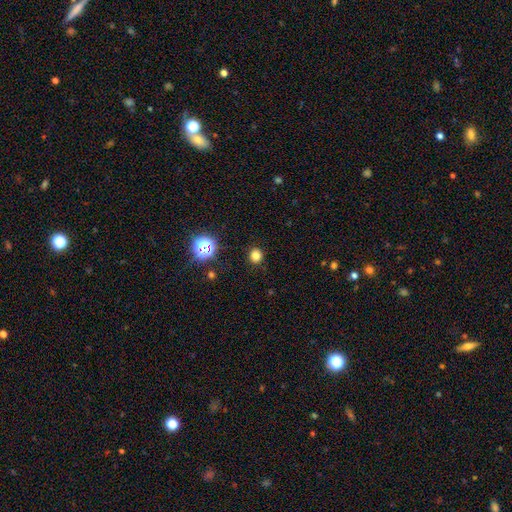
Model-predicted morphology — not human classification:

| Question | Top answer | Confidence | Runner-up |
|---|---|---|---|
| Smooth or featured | smooth | 79% | star or artifact (17%) |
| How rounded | round | 88% | in between (11%) |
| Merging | none | 91% | minor disturbance (6%) |